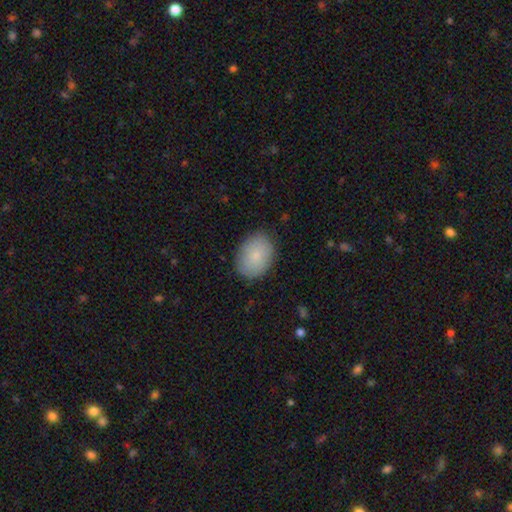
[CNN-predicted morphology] Smooth or featured?
  - smooth: 84% *
  - featured or disk: 10%
  - star or artifact: 6%
How rounded?
  - in between: 77% *
  - round: 22%
  - cigar-shaped: 1%
Merging?
  - none: 85% *
  - minor disturbance: 11%
  - major disturbance: 3%
  - merger: 1%